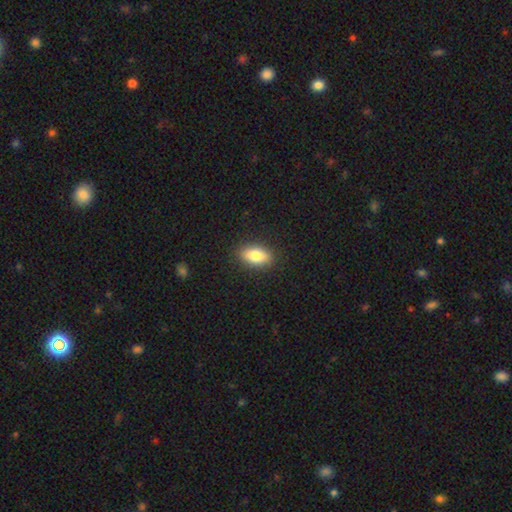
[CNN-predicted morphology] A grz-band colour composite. It shows a smooth galaxy with no disk features (83%) that is in between round and cigar-shaped (89%). Merging: none (89%).